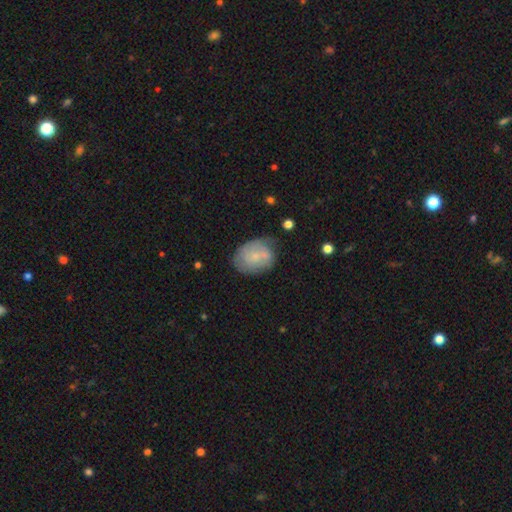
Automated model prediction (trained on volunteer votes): Overall: smooth (61%; featured or disk 32%). How rounded: in between (64%; round 35%). Merging: none (56%; minor disturbance 29%).